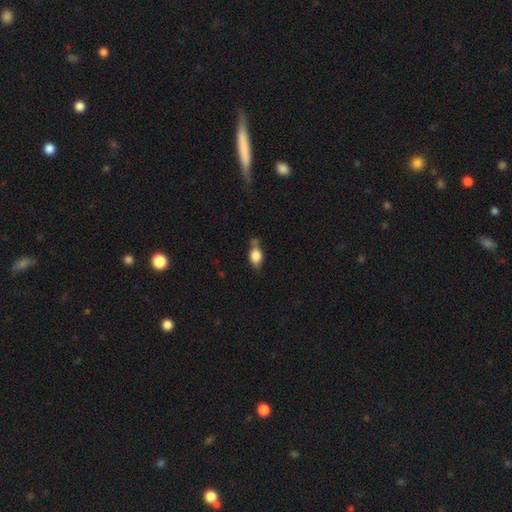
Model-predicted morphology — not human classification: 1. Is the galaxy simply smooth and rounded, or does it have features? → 75% smooth, 16% featured or disk, 8% star or artifact.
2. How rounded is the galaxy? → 78% in between, 17% round, 5% cigar-shaped.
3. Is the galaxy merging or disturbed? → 51% none, 27% minor disturbance, 13% merger, 8% major disturbance.